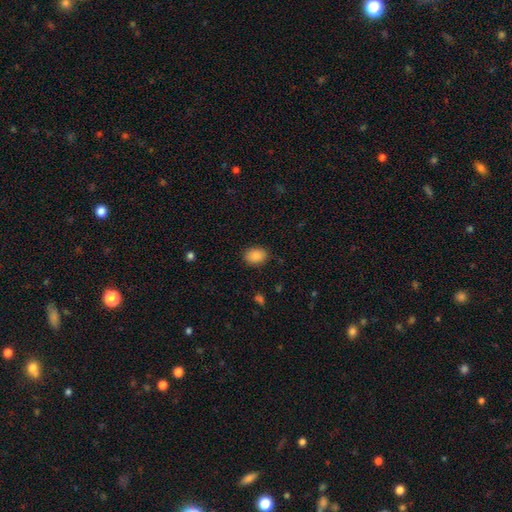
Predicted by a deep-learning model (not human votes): A smooth galaxy with no disk features (87%) that is in between round and cigar-shaped (72%).

Vote fractions:
- Smooth or featured? smooth: 87% / star or artifact: 8% / featured or disk: 5%
- How rounded? in between: 72% / round: 27% / cigar-shaped: 1%
- Merging? none: 87% / minor disturbance: 10% / major disturbance: 3% / merger: 1%